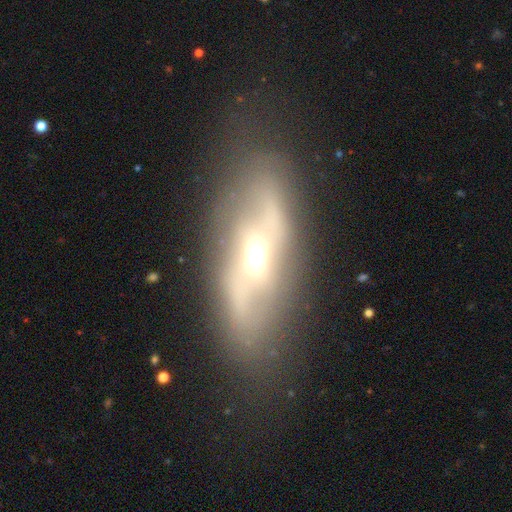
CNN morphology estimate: type=featured or disk (72%); edge-on=no (80%); bar=no (40%); spiral arms=yes (70%); bulge=moderate (67%); merging=none (73%).